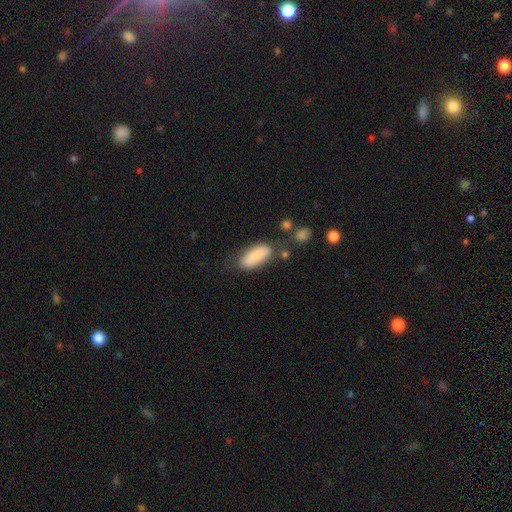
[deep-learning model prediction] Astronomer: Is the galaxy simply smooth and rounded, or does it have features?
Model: smooth — 81%.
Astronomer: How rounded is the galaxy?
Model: in between — 82%.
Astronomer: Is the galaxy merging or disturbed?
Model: none — 68%.